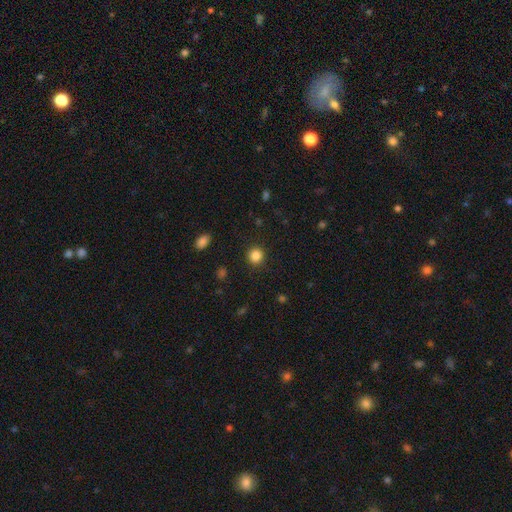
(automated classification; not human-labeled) This appears to be a smooth galaxy with no disk features (86%) that is round (91%). Merging: none (91%).